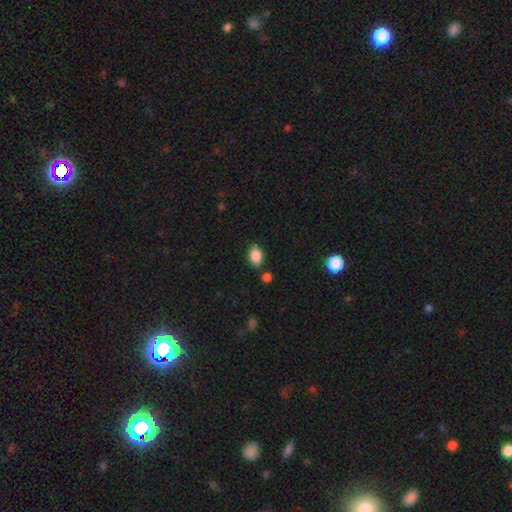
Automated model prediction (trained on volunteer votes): Smooth or featured: smooth — 88% (star or artifact — 8%)
How rounded: in between — 78% (round — 21%)
Merging: none — 78% (minor disturbance — 13%)